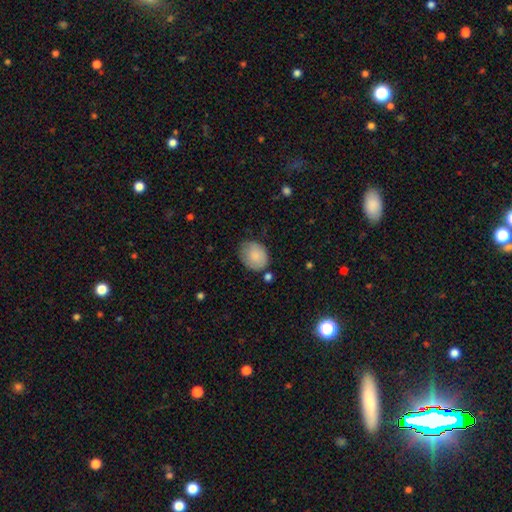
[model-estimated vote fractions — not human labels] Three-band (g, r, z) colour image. It shows a smooth galaxy with no disk features (84%) that is round (54%). Merging: none (65%).